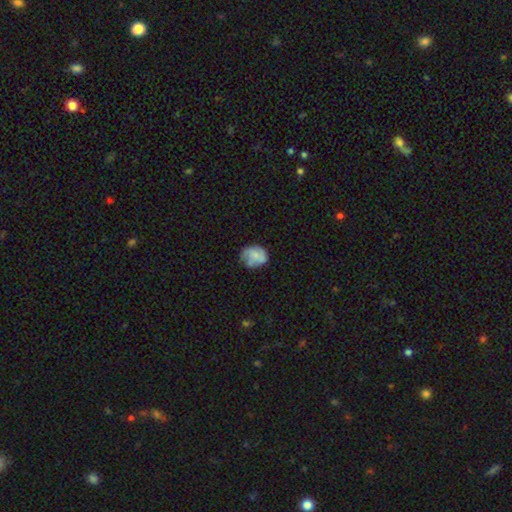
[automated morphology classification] Smooth or featured: smooth — 63% (featured or disk — 28%)
How rounded: round — 54% (in between — 45%)
Merging: none — 47% (minor disturbance — 34%)